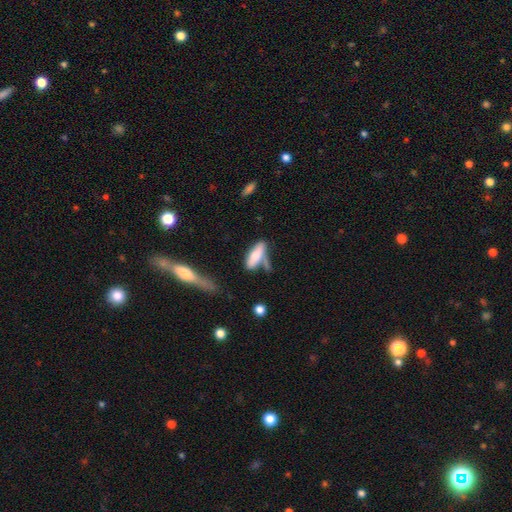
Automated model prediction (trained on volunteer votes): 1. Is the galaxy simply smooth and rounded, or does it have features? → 73% smooth, 20% featured or disk, 7% star or artifact.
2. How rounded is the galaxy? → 60% in between, 38% cigar-shaped, 2% round.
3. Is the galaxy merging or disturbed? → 40% none, 26% merger, 23% minor disturbance, 12% major disturbance.